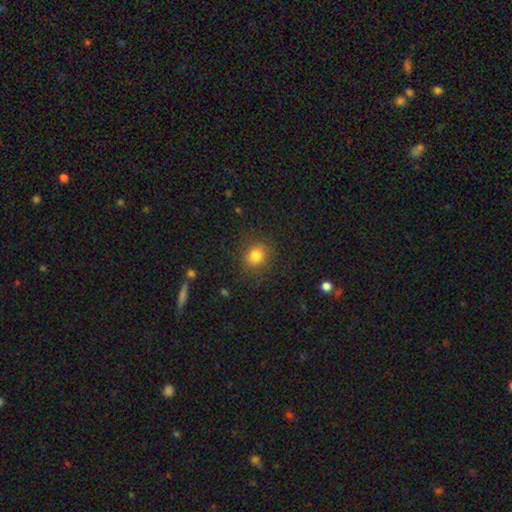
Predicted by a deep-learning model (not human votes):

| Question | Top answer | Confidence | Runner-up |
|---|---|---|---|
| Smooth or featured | smooth | 82% | star or artifact (12%) |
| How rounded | round | 68% | in between (31%) |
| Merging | none | 86% | minor disturbance (9%) |